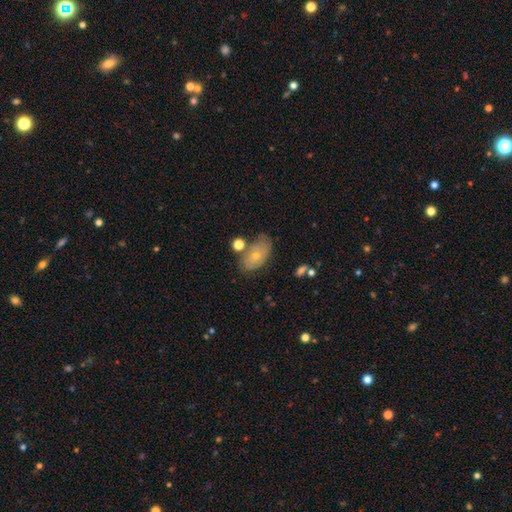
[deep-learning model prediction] The model was most divided on "smooth or featured": smooth: 52%, featured or disk: 39%, star or artifact: 8%. More confident: how rounded — in between (86%); merging — none (56%).